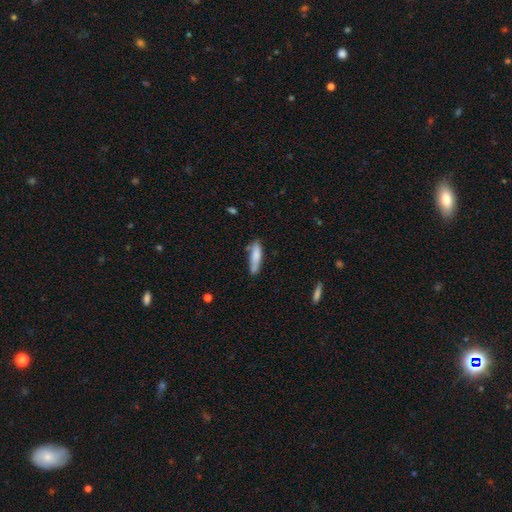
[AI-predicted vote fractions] smooth-or-featured: smooth: 79% | featured or disk: 15% | star or artifact: 6%
  how-rounded: cigar-shaped: 71% | in between: 28% | round: 1%
  merging: none: 68% | minor disturbance: 23% | merger: 5% | major disturbance: 4%